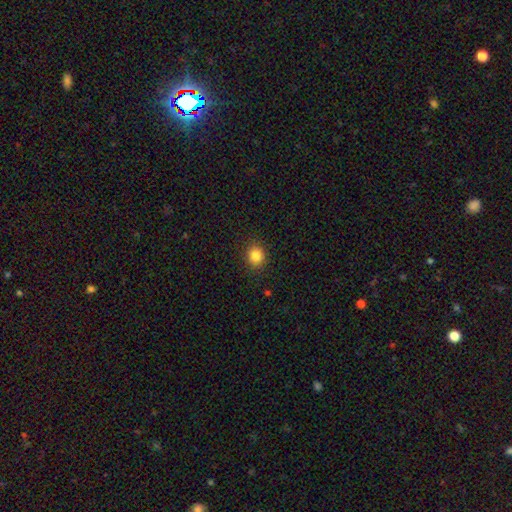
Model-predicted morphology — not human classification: Smooth or featured? smooth (84%)
How rounded? round (77%)
Merging? none (90%)